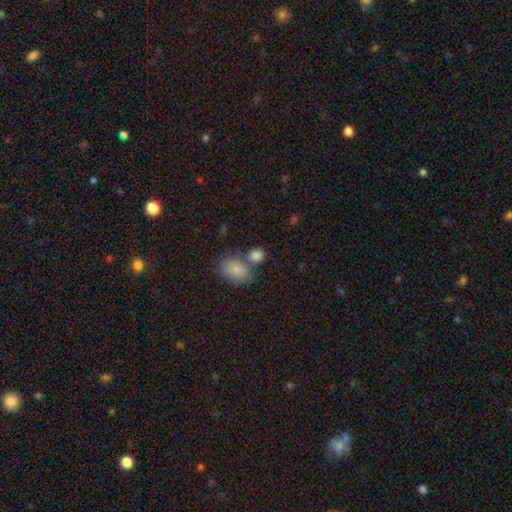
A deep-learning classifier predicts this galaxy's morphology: This is clearly a smooth galaxy (85%). How rounded: possibly round (58%). Merging: possibly none (54%).